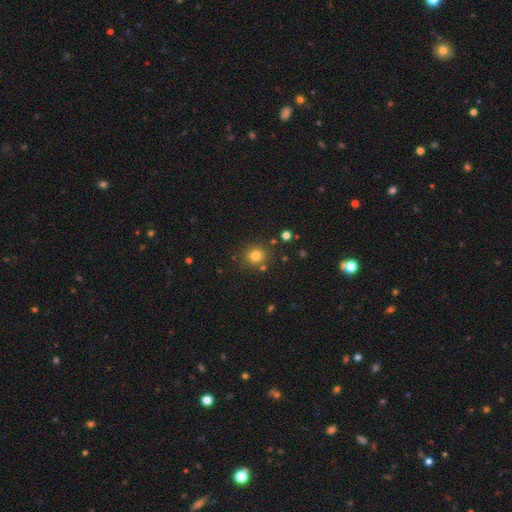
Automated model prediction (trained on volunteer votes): smooth 79%, star or artifact 15%, featured or disk 7%. Down the decision tree: how rounded — round (89%); merging — none (83%).